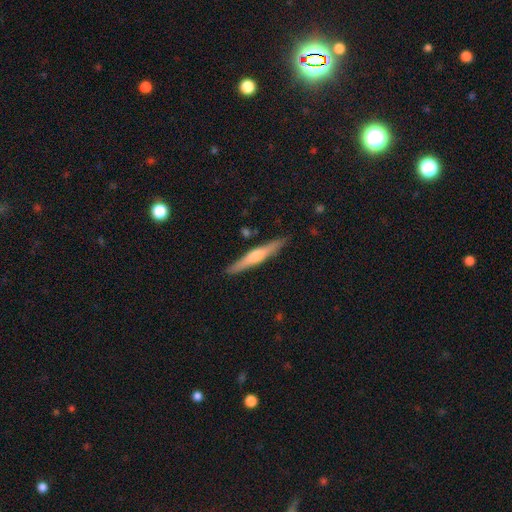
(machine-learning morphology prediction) Smooth or featured? Predicted: featured or disk (p=0.55). Edge-on disk? Predicted: yes (p=0.96). Edge-on bulge? Predicted: rounded (p=0.76). Merging? Predicted: none (p=0.88).